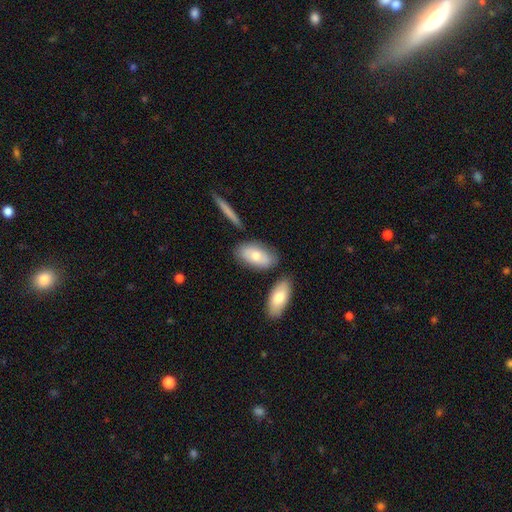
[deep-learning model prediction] A smooth galaxy with no disk features (74%) that is in between round and cigar-shaped (91%).

Vote fractions:
- Smooth or featured? smooth: 74% / featured or disk: 20% / star or artifact: 6%
- How rounded? in between: 91% / cigar-shaped: 5% / round: 3%
- Merging? none: 71% / minor disturbance: 15% / merger: 11% / major disturbance: 4%